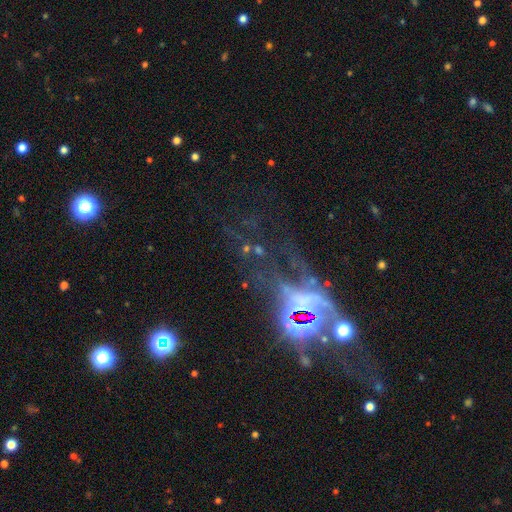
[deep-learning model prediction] The model was most divided on "smooth or featured": star or artifact: 57%, featured or disk: 31%, smooth: 12%.